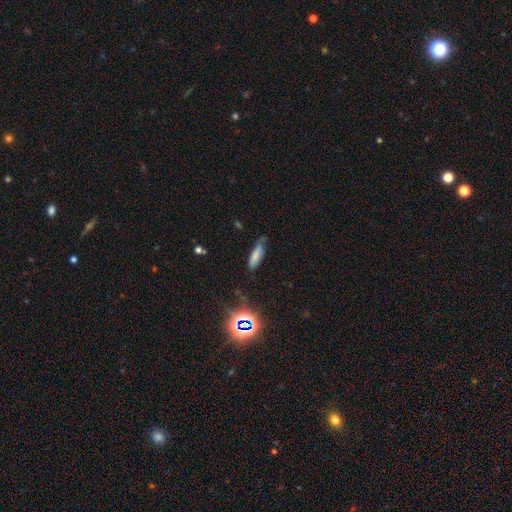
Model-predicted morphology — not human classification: Smooth or featured? smooth (72%)
How rounded? cigar-shaped (54%)
Merging? none (64%)